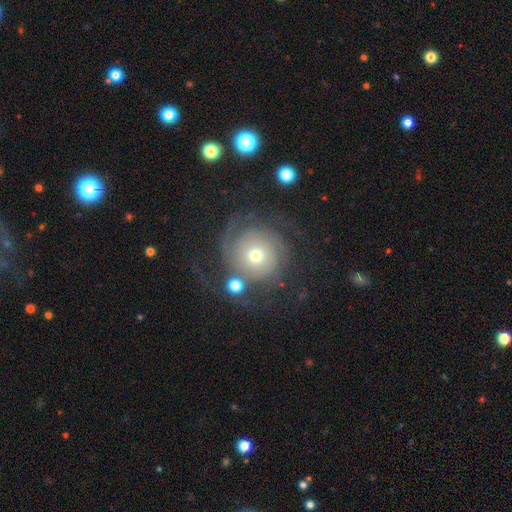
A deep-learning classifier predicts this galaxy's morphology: This is likely a featured or disk galaxy (75%). It is clearly not viewed edge-on (98%). Bar: clearly no (82%). Spiral arm pattern: clearly yes (92%). Spiral arm count: possibly 2 (49%). Spiral winding: possibly tight (54%). Central bulge: possibly moderate (54%). Merging: possibly none (58%).